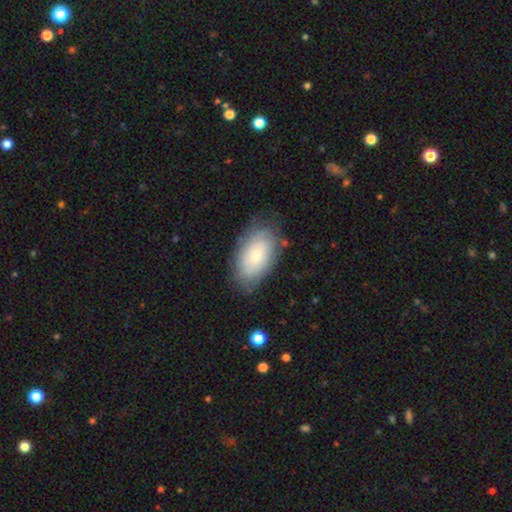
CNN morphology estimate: smooth_or_featured: smooth (p=0.65) [alt: featured or disk p=0.28]
how_rounded: in between (p=0.94) [alt: round p=0.05]
merging: none (p=0.74) [alt: minor disturbance p=0.19]